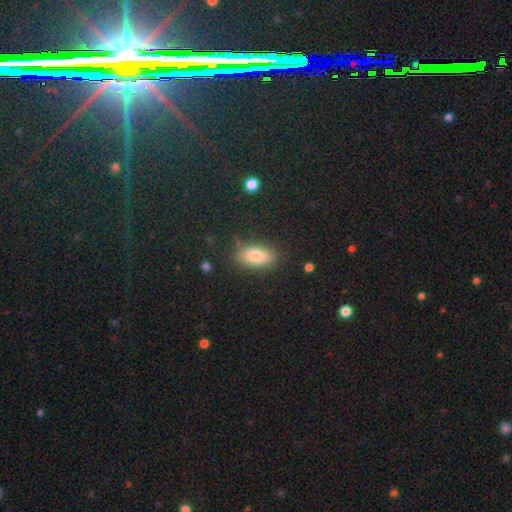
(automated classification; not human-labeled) Smooth or featured: smooth — 79% (featured or disk — 11%)
How rounded: in between — 87% (cigar-shaped — 8%)
Merging: none — 84% (minor disturbance — 11%)